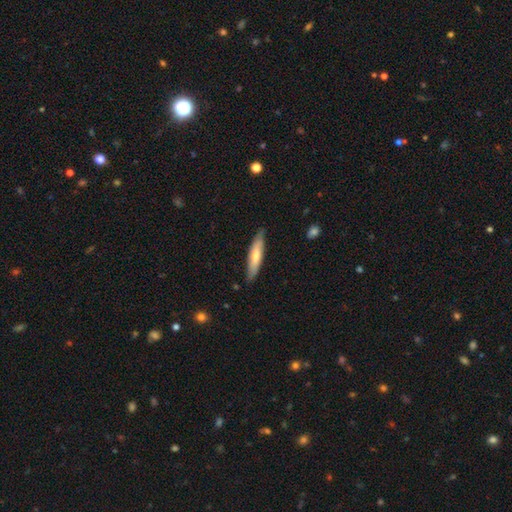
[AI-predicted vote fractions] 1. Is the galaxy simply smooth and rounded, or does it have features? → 66% smooth, 29% featured or disk, 5% star or artifact.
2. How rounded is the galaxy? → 81% cigar-shaped, 17% in between, 1% round.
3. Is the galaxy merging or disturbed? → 82% none, 14% minor disturbance, 2% major disturbance, 1% merger.